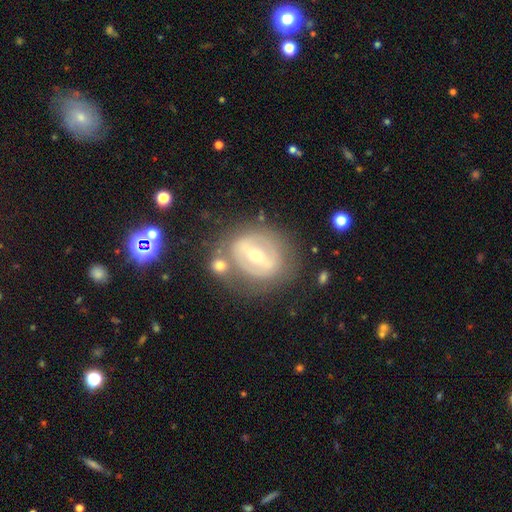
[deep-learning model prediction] Smooth or featured: featured or disk — 73% (smooth — 20%)
Edge-on disk: no — 92% (yes — 8%)
Bar: strong — 55% (weak — 31%)
Spiral arms: no — 63% (yes — 37%)
Bulge size: moderate — 53% (small — 43%)
Merging: none — 67% (minor disturbance — 16%)